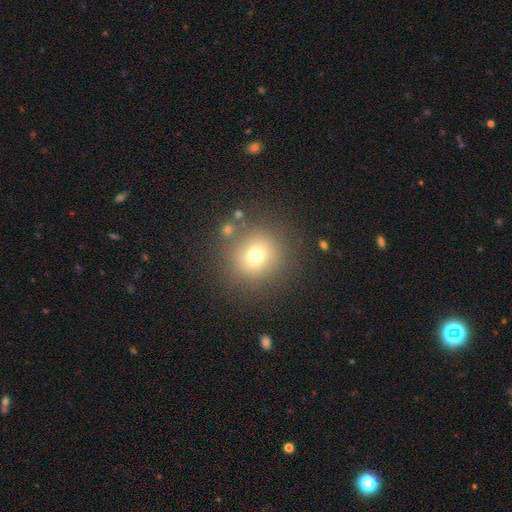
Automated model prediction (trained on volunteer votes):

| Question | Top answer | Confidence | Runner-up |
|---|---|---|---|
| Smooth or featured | smooth | 71% | star or artifact (17%) |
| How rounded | round | 91% | in between (8%) |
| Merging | none | 82% | minor disturbance (8%) |